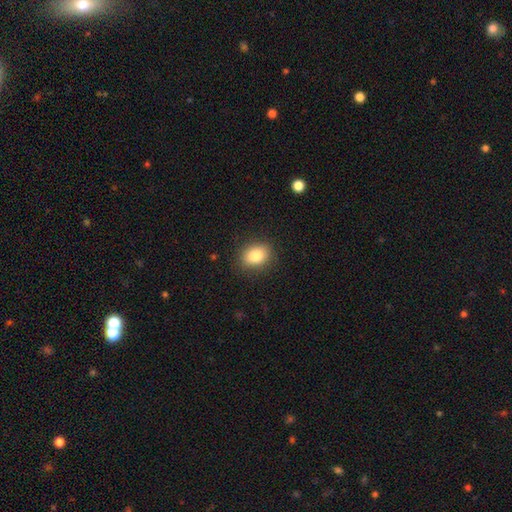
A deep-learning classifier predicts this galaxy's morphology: Smooth or featured?
  - smooth: 83% *
  - star or artifact: 9%
  - featured or disk: 8%
How rounded?
  - in between: 62% *
  - round: 37%
  - cigar-shaped: 1%
Merging?
  - none: 87% *
  - minor disturbance: 9%
  - major disturbance: 3%
  - merger: 1%